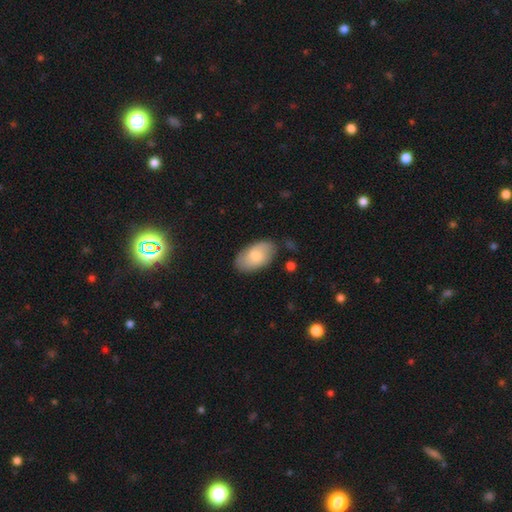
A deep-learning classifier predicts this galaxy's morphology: Smooth or featured?
  - smooth: 75% *
  - featured or disk: 20%
  - star or artifact: 6%
How rounded?
  - in between: 95% *
  - round: 4%
  - cigar-shaped: 2%
Merging?
  - none: 79% *
  - minor disturbance: 16%
  - major disturbance: 3%
  - merger: 2%